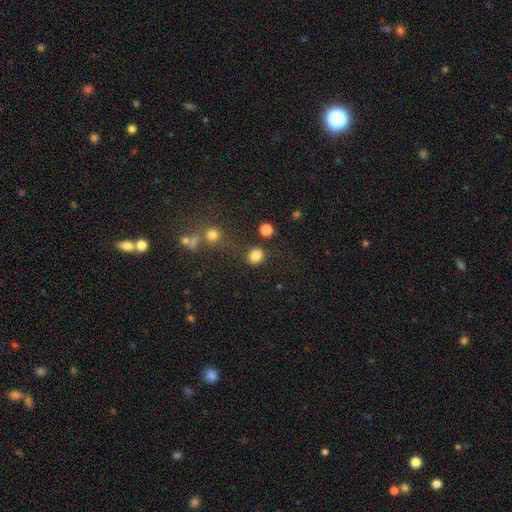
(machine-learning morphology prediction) Smooth or featured?
  - smooth: 83% *
  - star or artifact: 13%
  - featured or disk: 4%
How rounded?
  - round: 84% *
  - in between: 15%
  - cigar-shaped: 1%
Merging?
  - none: 82% *
  - minor disturbance: 9%
  - merger: 5%
  - major disturbance: 4%